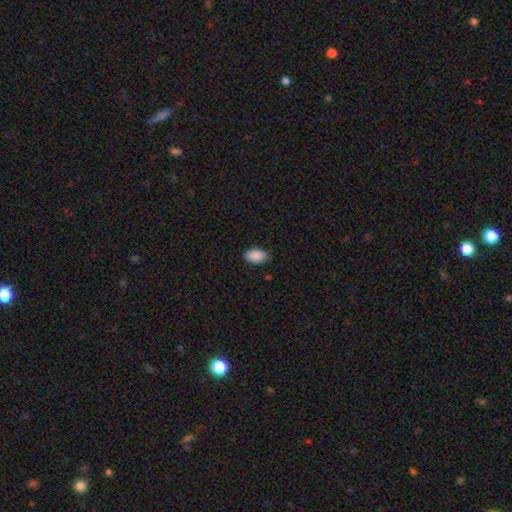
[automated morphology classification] smooth-or-featured: smooth: 90% | star or artifact: 7% | featured or disk: 3%
  how-rounded: in between: 94% | round: 5% | cigar-shaped: 2%
  merging: none: 86% | minor disturbance: 11% | major disturbance: 2% | merger: 1%